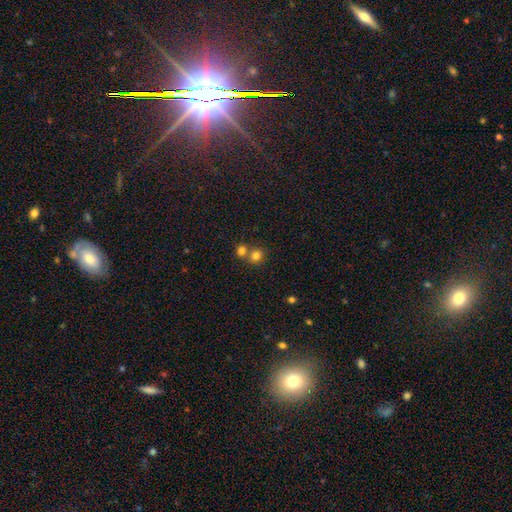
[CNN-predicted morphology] This is likely a smooth galaxy (79%). How rounded: likely round (79%). Merging: possibly none (49%).